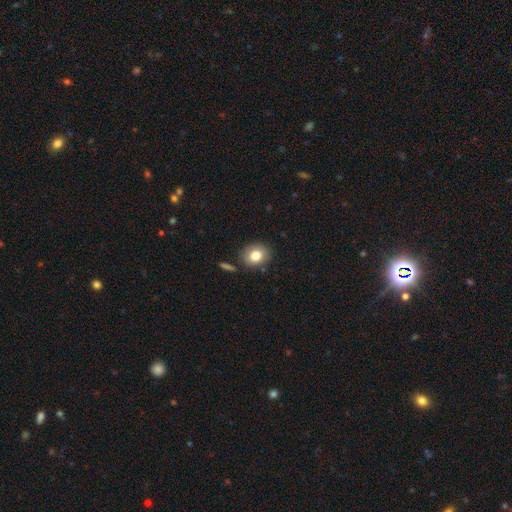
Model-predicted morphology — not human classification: The model was most divided on "how rounded": round: 63%, in between: 36%, cigar-shaped: 1%. More confident: merging — none (83%); smooth or featured — smooth (80%).